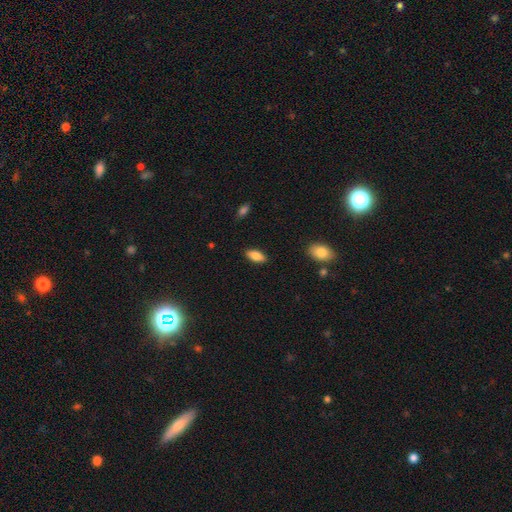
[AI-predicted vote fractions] Morphology: type=smooth (84%); roundness=in between (89%); merging=none (87%).